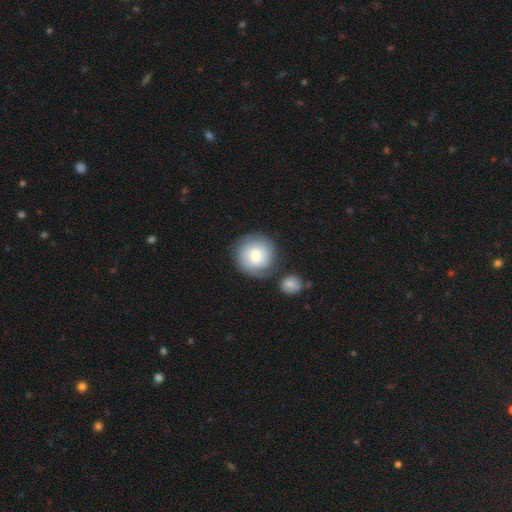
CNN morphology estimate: smooth_or_featured: smooth (p=0.65) [alt: featured or disk p=0.29]
how_rounded: round (p=0.93) [alt: in between p=0.06]
merging: none (p=0.68) [alt: minor disturbance p=0.14]